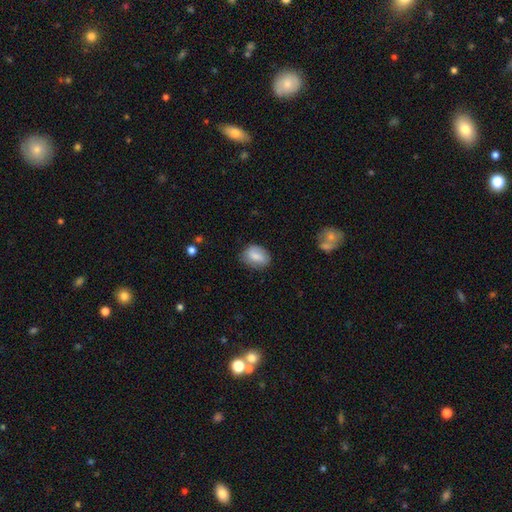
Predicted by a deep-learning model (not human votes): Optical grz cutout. It shows a smooth galaxy with no disk features (79%) that is in between round and cigar-shaped (75%). Merging: none (75%).